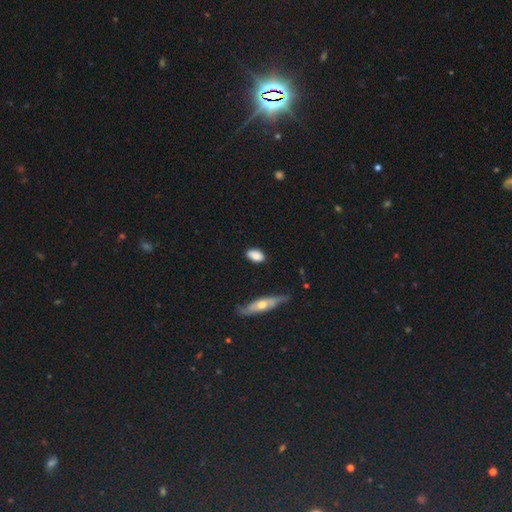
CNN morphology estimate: This appears to be a smooth galaxy with no disk features (83%) that is in between round and cigar-shaped (87%). Merging: none (80%).